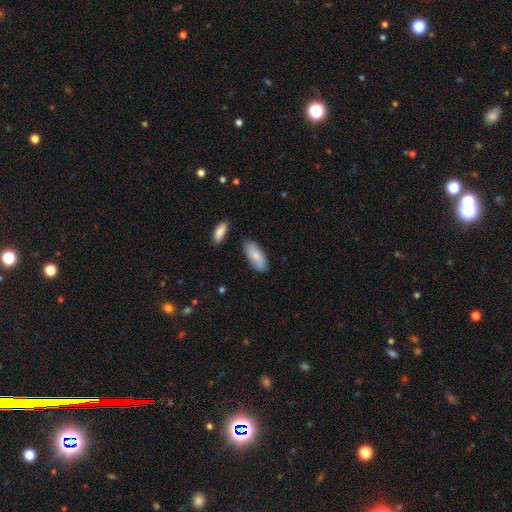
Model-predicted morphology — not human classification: Smooth or featured: smooth — 74% (featured or disk — 20%)
How rounded: in between — 85% (cigar-shaped — 13%)
Merging: none — 79% (minor disturbance — 14%)